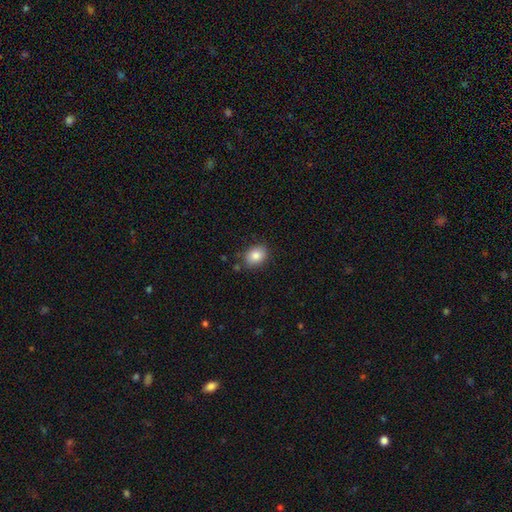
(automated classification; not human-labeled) Smooth or featured? smooth (83%)
How rounded? in between (59%)
Merging? none (83%)